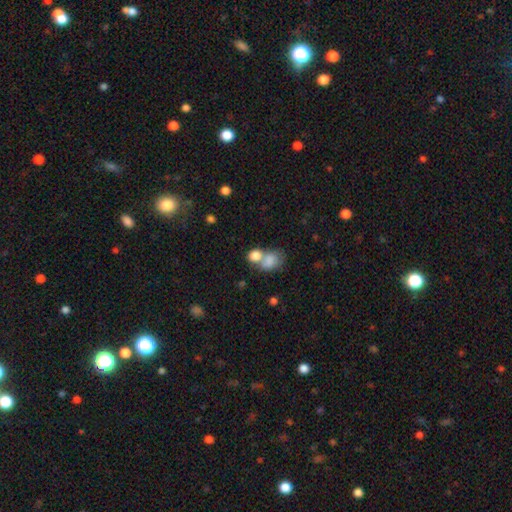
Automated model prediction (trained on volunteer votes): Overall: smooth (81%). How rounded: in between (56%; round 42%). Merging: merger (61%; none 26%).